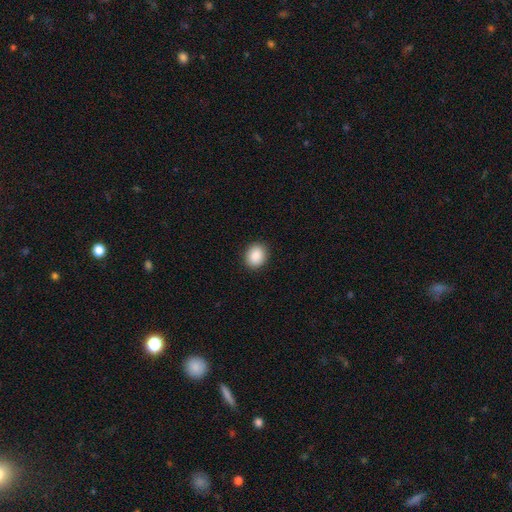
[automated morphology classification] Smooth or featured? smooth (89%)
How rounded? round (63%)
Merging? none (91%)